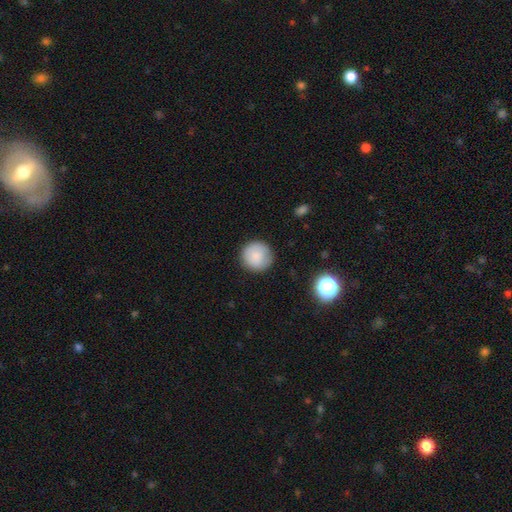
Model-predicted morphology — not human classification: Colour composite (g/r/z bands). It shows a smooth galaxy with no disk features (85%) that is round (95%). Merging: none (87%).